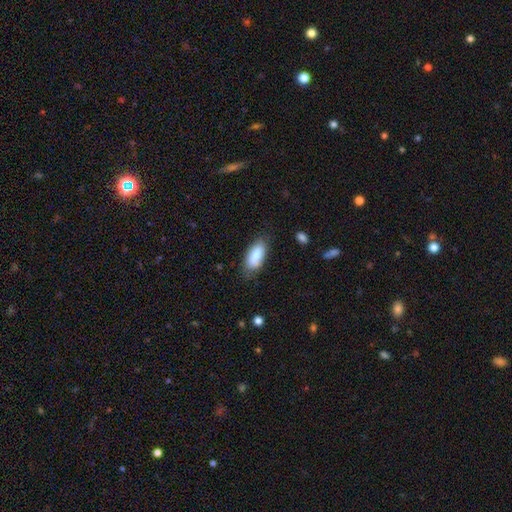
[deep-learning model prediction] Smooth or featured? Predicted: smooth (p=0.84). How rounded? Predicted: in between (p=0.85). Merging? Predicted: none (p=0.76).